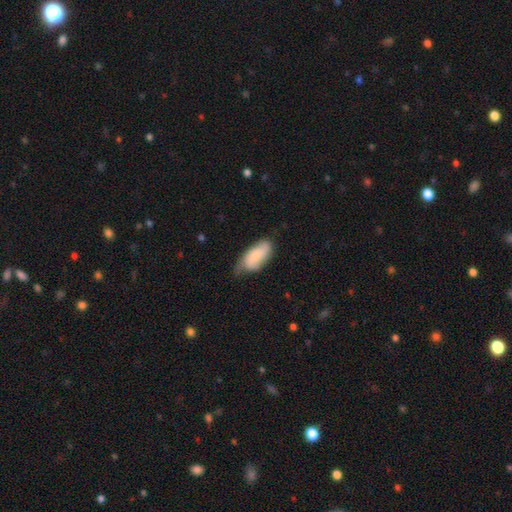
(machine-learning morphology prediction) Smooth or featured: smooth — 63% (featured or disk — 30%)
How rounded: in between — 89% (cigar-shaped — 8%)
Merging: none — 50% (minor disturbance — 38%)